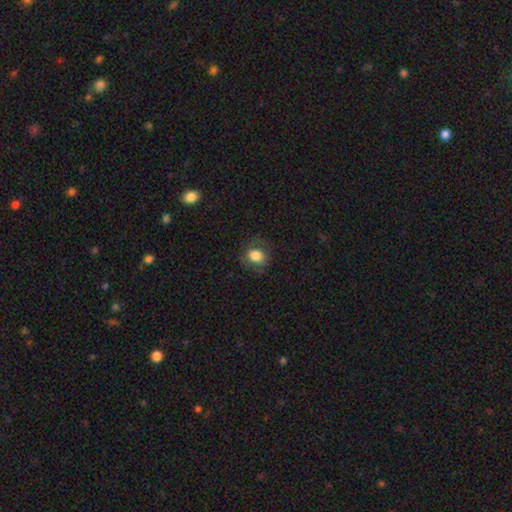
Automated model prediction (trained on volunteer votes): smooth_or_featured: smooth (p=0.78) [alt: featured or disk p=0.13]
how_rounded: round (p=0.66) [alt: in between p=0.33]
merging: none (p=0.75) [alt: minor disturbance p=0.16]